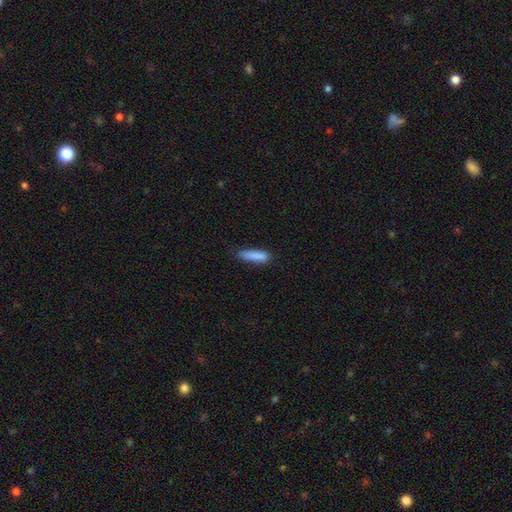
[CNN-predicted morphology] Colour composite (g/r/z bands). It shows a smooth galaxy with no disk features (87%) that is cigar-shaped (71%). Merging: none (71%).